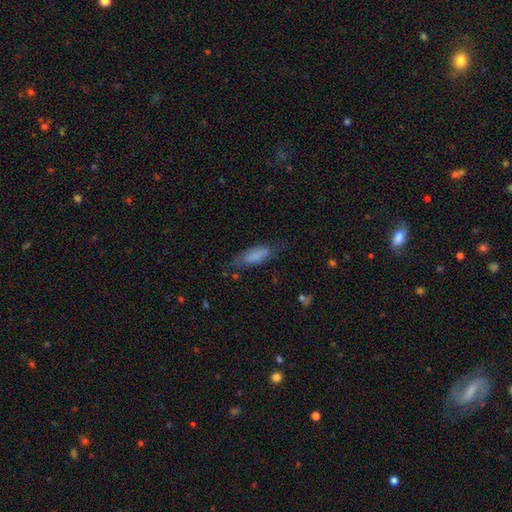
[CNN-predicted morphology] Smooth or featured? Predicted: smooth (p=0.75). How rounded? Predicted: in between (p=0.53). Merging? Predicted: none (p=0.63).